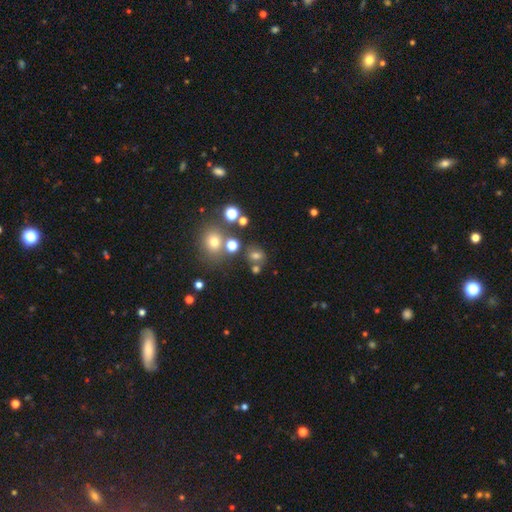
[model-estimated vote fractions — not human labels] Q: Smooth or featured?
A: smooth (66%); runner-up: star or artifact (23%)
Q: How rounded?
A: round (72%); runner-up: in between (27%)
Q: Merging?
A: none (68%); runner-up: merger (16%)